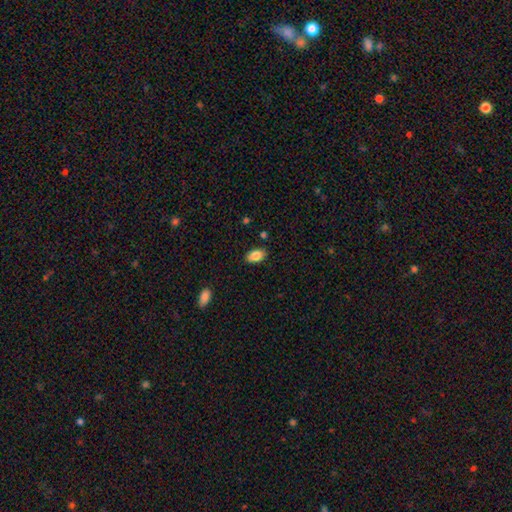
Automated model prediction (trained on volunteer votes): Q: Smooth or featured?
A: smooth (86%); runner-up: star or artifact (7%)
Q: How rounded?
A: in between (93%); runner-up: round (5%)
Q: Merging?
A: none (86%); runner-up: minor disturbance (10%)